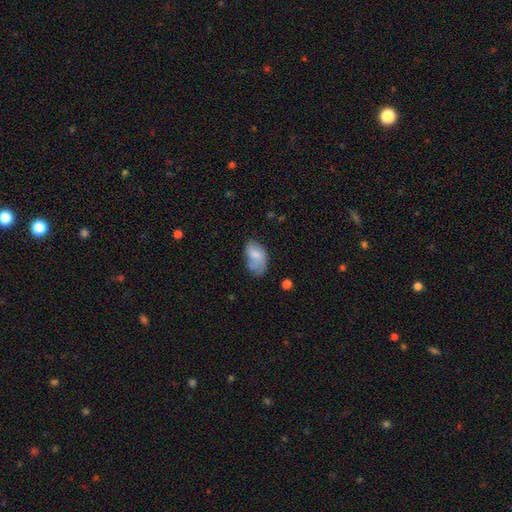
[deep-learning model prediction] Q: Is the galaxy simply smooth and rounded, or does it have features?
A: smooth — 74%.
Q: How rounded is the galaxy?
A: in between — 91%.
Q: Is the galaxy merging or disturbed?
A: none — 45%.